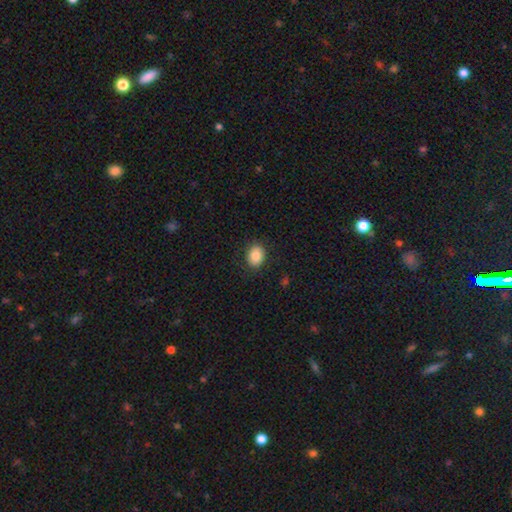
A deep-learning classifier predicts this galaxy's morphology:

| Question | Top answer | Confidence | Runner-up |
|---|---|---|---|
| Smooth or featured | smooth | 84% | star or artifact (8%) |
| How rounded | in between | 55% | round (44%) |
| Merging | none | 86% | minor disturbance (10%) |